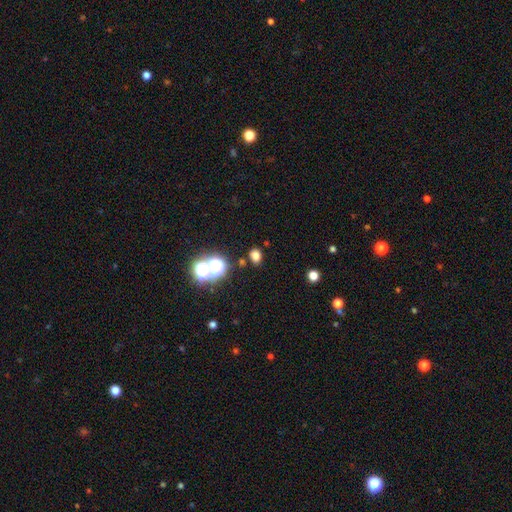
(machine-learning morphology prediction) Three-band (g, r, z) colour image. It shows a smooth galaxy with no disk features (70%) that is in between round and cigar-shaped (57%). Merging: none (82%).